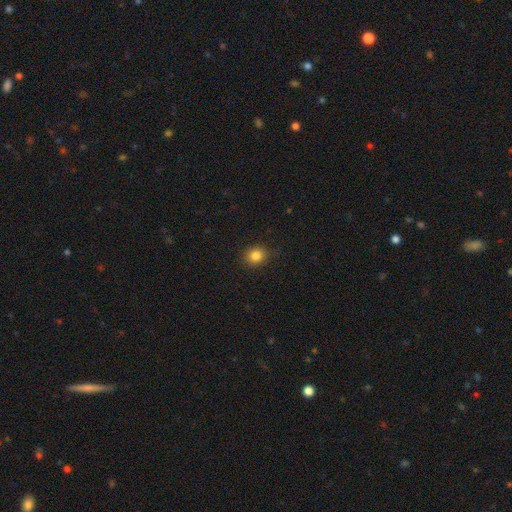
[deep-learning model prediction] Morphology: type=smooth (83%); roundness=round (77%); merging=none (85%).